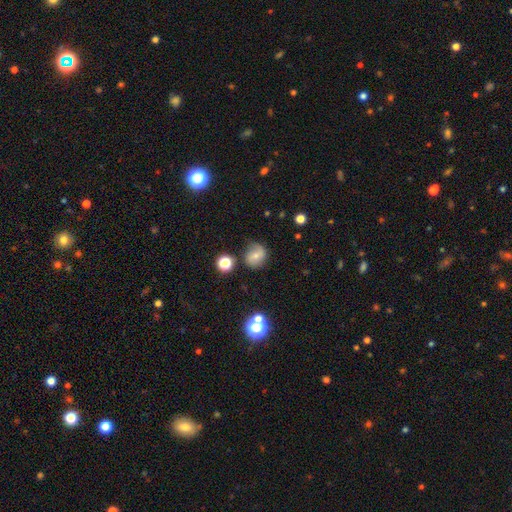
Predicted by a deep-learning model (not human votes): Overall: smooth (57%; featured or disk 28%). How rounded: round (76%). Merging: none (68%).